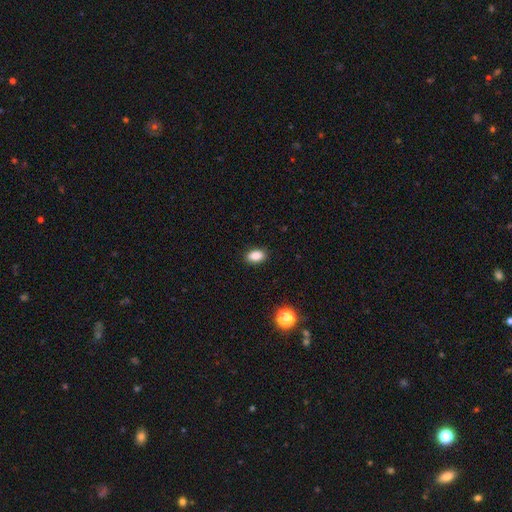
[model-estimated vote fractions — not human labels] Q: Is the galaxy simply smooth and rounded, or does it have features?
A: smooth — 87%.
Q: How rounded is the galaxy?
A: in between — 89%.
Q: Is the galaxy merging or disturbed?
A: none — 89%.